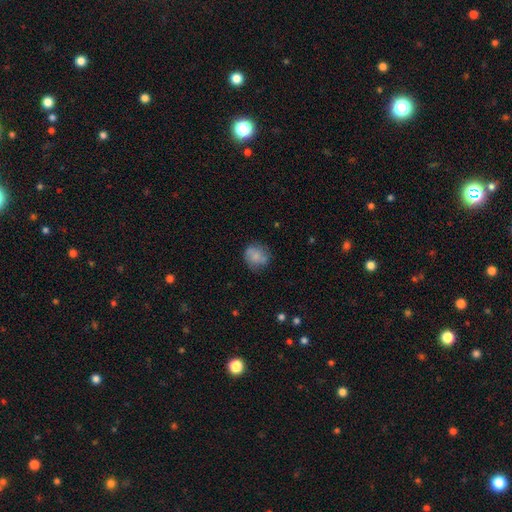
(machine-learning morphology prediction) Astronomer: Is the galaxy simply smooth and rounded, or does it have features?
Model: smooth — 73%.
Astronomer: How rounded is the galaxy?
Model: round — 76%.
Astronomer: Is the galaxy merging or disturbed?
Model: none — 67%.